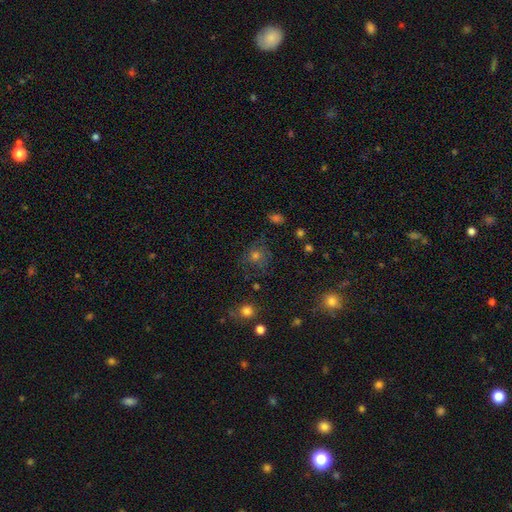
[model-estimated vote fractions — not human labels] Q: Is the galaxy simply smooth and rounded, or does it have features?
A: smooth — 55%.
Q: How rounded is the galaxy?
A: round — 84%.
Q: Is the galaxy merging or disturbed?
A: none — 71%.